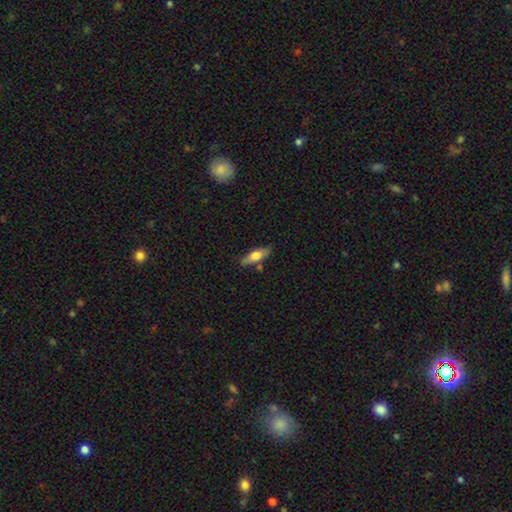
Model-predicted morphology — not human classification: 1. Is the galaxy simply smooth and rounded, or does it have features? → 64% smooth, 30% featured or disk, 6% star or artifact.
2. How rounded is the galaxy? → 56% in between, 41% cigar-shaped, 3% round.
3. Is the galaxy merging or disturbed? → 77% none, 15% minor disturbance, 5% merger, 3% major disturbance.